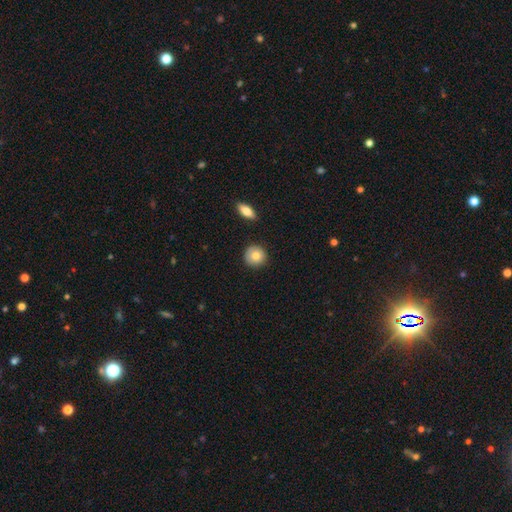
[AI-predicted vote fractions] smooth-or-featured: smooth: 79% | featured or disk: 13% | star or artifact: 8%
  how-rounded: round: 92% | in between: 7% | cigar-shaped: 1%
  merging: none: 88% | minor disturbance: 8% | major disturbance: 2% | merger: 2%